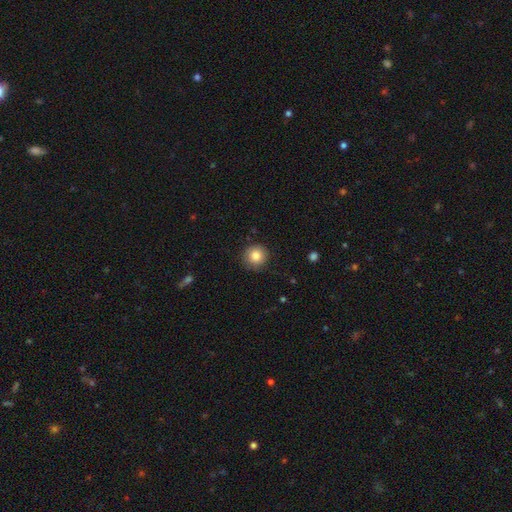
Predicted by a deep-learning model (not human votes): Q: Smooth or featured?
A: smooth (84%); runner-up: star or artifact (9%)
Q: How rounded?
A: round (94%); runner-up: in between (5%)
Q: Merging?
A: none (88%); runner-up: minor disturbance (8%)